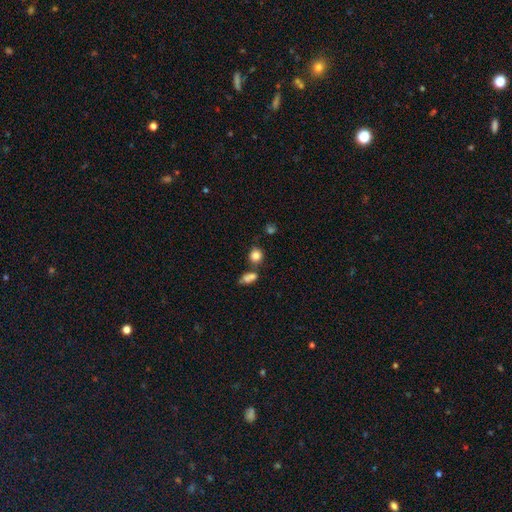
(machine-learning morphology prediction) Smooth or featured? smooth (84%)
How rounded? round (79%)
Merging? none (64%)